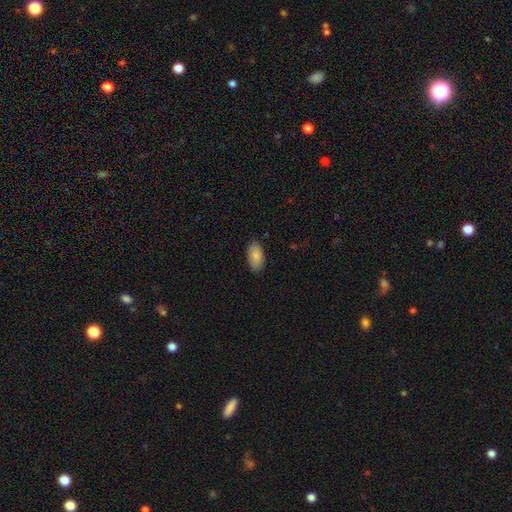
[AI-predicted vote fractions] The model was most divided on "merging": none: 87%, minor disturbance: 10%, major disturbance: 2%, merger: 1%. More confident: how rounded — in between (94%); smooth or featured — smooth (87%).